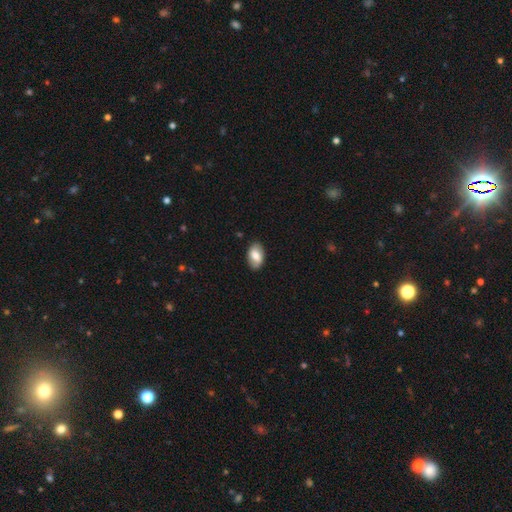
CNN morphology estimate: The model was most divided on "smooth or featured": smooth: 68%, featured or disk: 25%, star or artifact: 7%. More confident: how rounded — in between (92%); merging — none (85%).